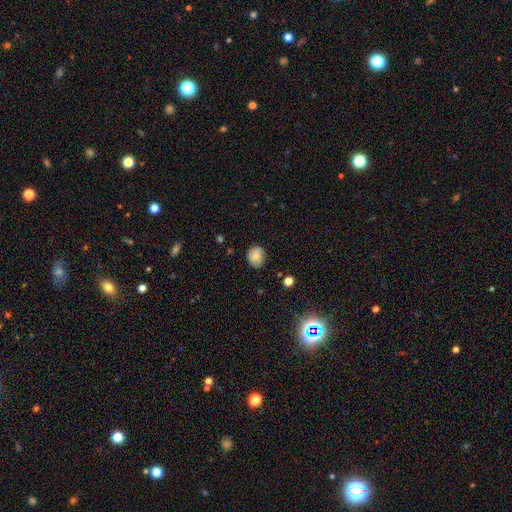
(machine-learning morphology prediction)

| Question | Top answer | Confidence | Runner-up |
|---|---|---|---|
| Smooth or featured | smooth | 74% | featured or disk (17%) |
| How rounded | round | 57% | in between (42%) |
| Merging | none | 75% | minor disturbance (19%) |